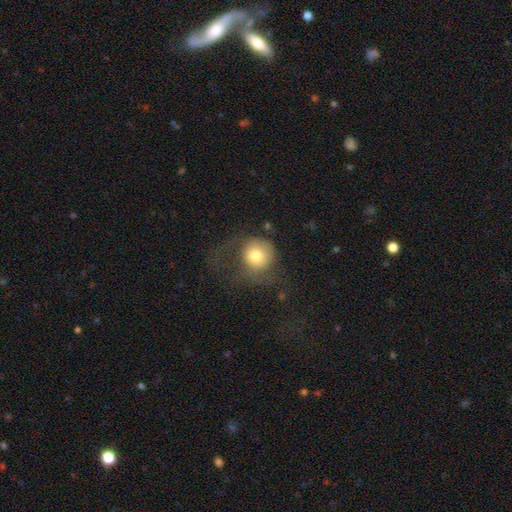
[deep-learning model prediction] Morphology: type=smooth (73%); roundness=round (87%); merging=major disturbance (43%).